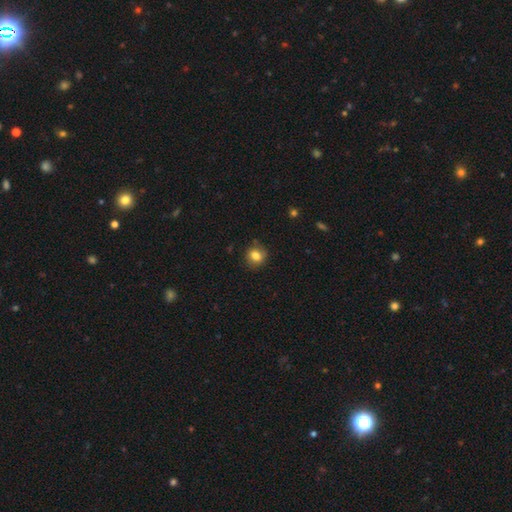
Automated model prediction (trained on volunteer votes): Smooth or featured?
  - smooth: 82% *
  - star or artifact: 10%
  - featured or disk: 8%
How rounded?
  - round: 77% *
  - in between: 22%
  - cigar-shaped: 1%
Merging?
  - none: 81% *
  - minor disturbance: 14%
  - major disturbance: 3%
  - merger: 1%